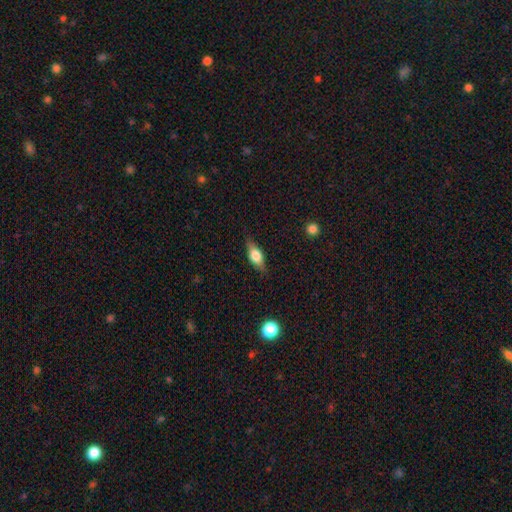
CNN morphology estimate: A smooth galaxy with no disk features (57%) that is in between round and cigar-shaped (72%). Merging: none (81%).